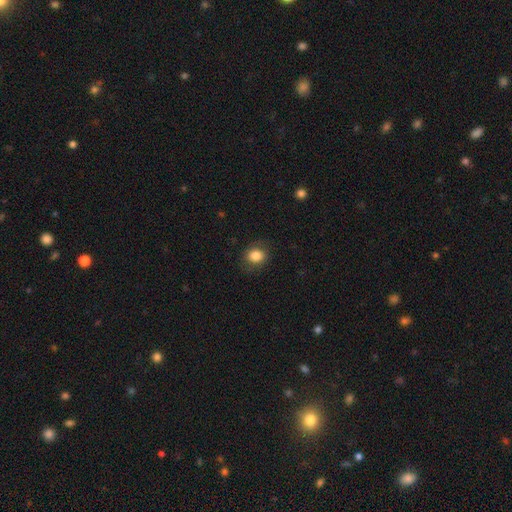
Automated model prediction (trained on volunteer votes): This appears to be a smooth galaxy with no disk features (85%) that is round (57%). Merging: none (82%).